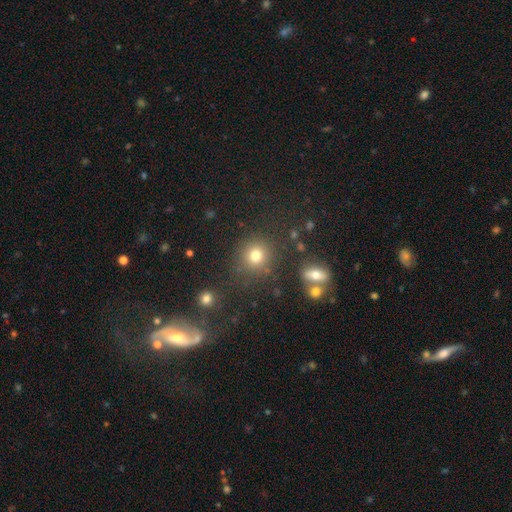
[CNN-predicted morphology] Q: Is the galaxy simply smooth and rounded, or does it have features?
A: smooth — 78%.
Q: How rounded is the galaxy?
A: round — 90%.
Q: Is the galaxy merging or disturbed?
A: none — 81%.